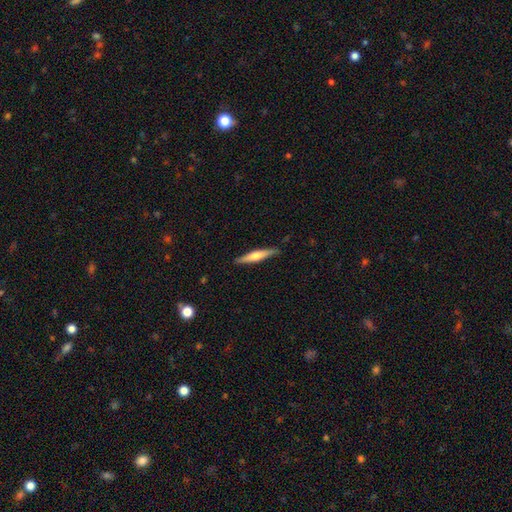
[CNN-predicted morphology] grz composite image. It shows a featured or disk galaxy (50%). Merging: none (87%).